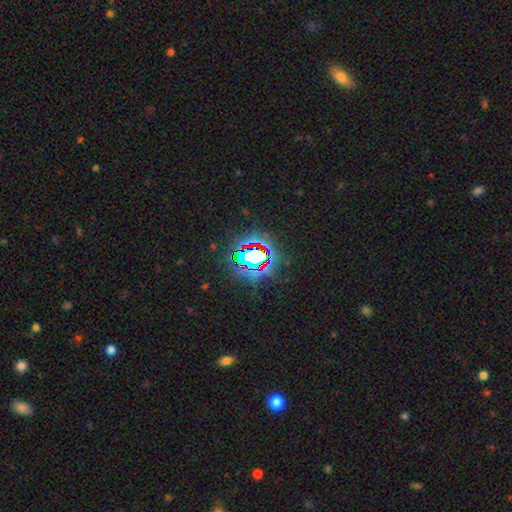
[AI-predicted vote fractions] The model was most divided on "smooth or featured": star or artifact: 69%, smooth: 19%, featured or disk: 13%.